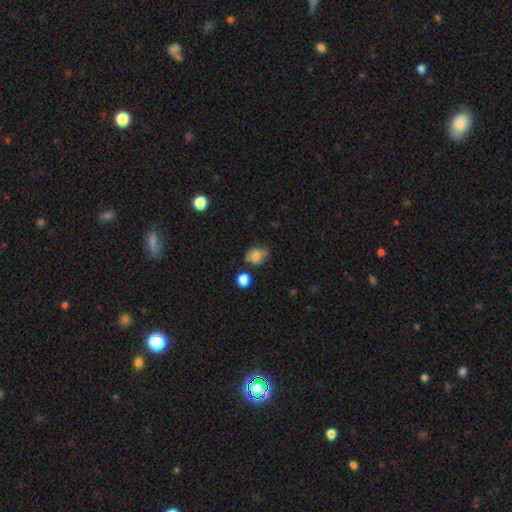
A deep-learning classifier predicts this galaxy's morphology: Smooth or featured? smooth (67%)
How rounded? in between (59%)
Merging? none (60%)